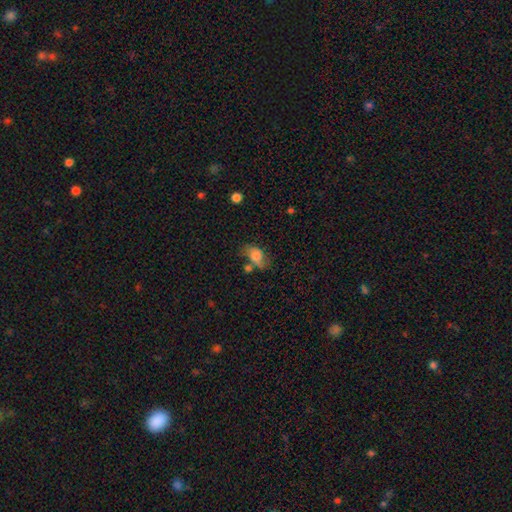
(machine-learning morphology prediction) This appears to be a smooth galaxy with no disk features (71%) that is in between round and cigar-shaped (83%). Merging: none (40%).